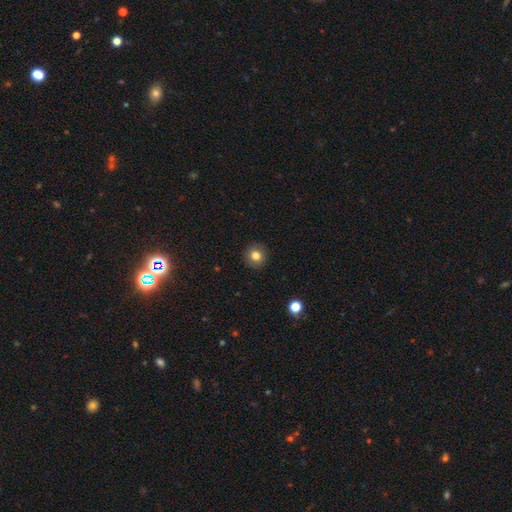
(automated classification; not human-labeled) Overall: smooth (81%). How rounded: round (92%). Merging: none (91%).